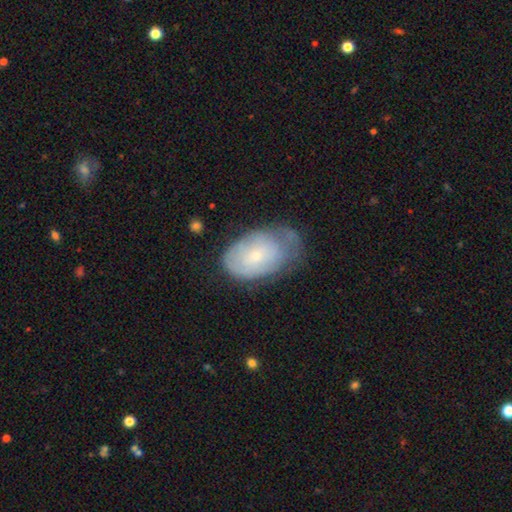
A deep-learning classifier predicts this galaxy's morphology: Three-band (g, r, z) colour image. It shows a smooth galaxy with no disk features (49%). Merging: none (45%).